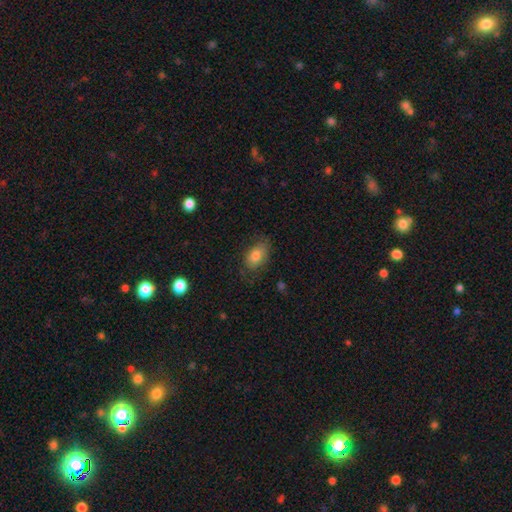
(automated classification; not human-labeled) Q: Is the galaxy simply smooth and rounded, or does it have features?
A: smooth — 75%.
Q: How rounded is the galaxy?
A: in between — 87%.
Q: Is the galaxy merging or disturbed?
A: none — 66%.